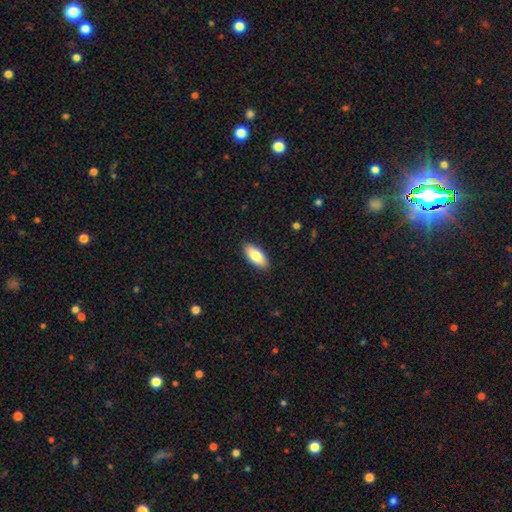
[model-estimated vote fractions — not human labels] Smooth or featured? smooth (82%)
How rounded? in between (89%)
Merging? none (89%)